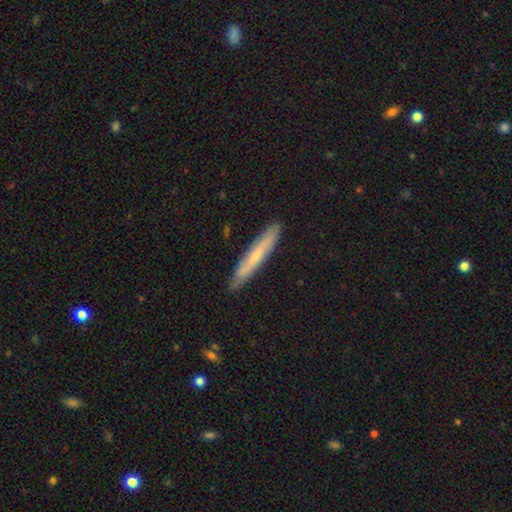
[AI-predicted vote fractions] smooth 57%, featured or disk 37%, star or artifact 6%. Down the decision tree: how rounded — cigar-shaped (95%); merging — none (87%).